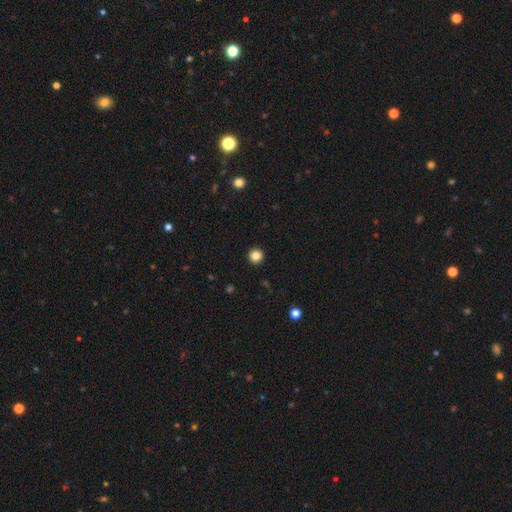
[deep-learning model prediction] Q: Smooth or featured?
A: smooth (84%); runner-up: star or artifact (12%)
Q: How rounded?
A: round (95%); runner-up: in between (4%)
Q: Merging?
A: none (93%); runner-up: minor disturbance (4%)